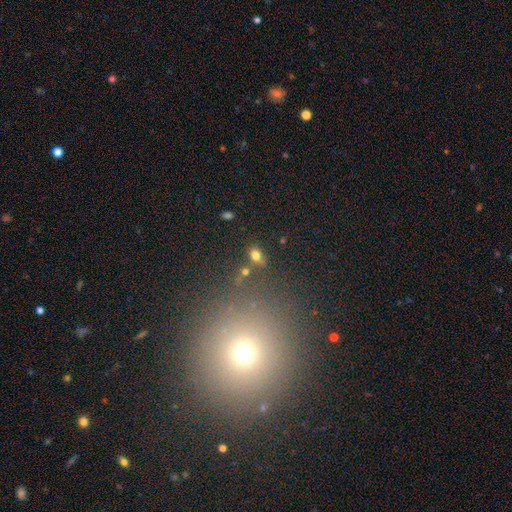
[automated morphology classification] smooth 74%, star or artifact 16%, featured or disk 11%. Down the decision tree: how rounded — in between (80%); merging — none (68%).